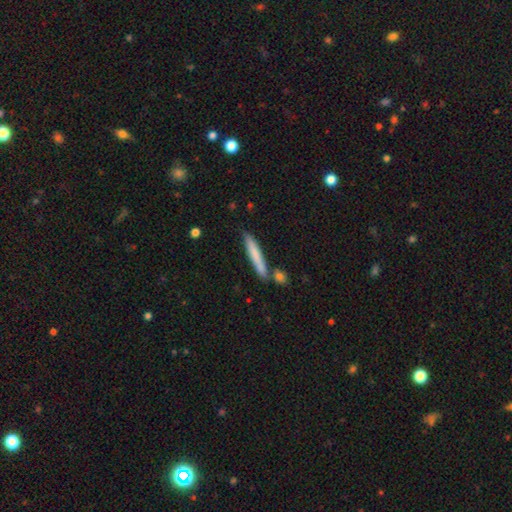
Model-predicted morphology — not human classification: A smooth galaxy with no disk features (72%) that is cigar-shaped (94%).

Vote fractions:
- Smooth or featured? smooth: 72% / featured or disk: 22% / star or artifact: 6%
- How rounded? cigar-shaped: 94% / in between: 5% / round: 1%
- Merging? none: 76% / minor disturbance: 13% / merger: 9% / major disturbance: 3%